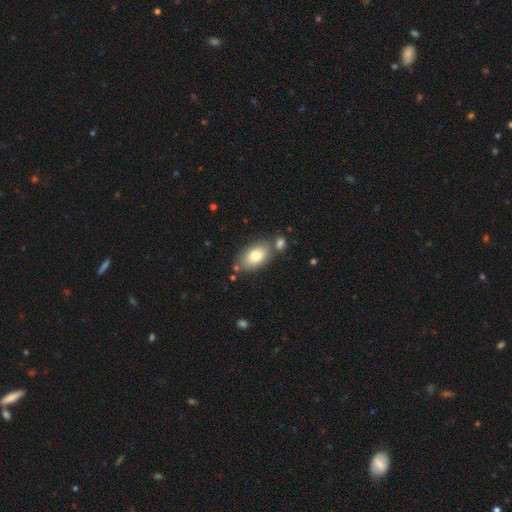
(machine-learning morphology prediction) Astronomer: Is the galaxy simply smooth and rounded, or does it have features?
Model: smooth — 76%.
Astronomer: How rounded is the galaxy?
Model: in between — 90%.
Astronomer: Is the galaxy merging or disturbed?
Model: none — 69%.